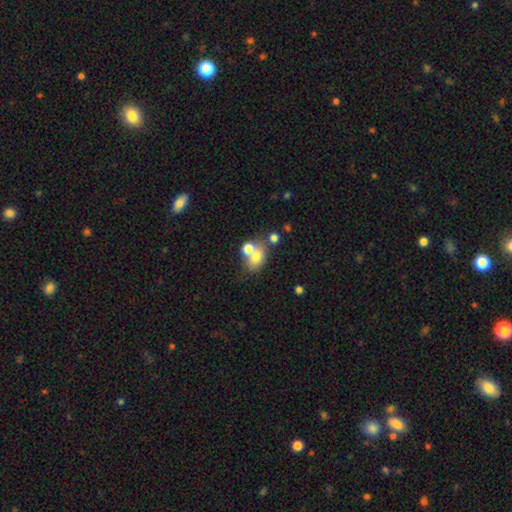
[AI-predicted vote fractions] Overall: smooth (69%). How rounded: in between (57%; round 42%). Merging: merger (49%; none 36%).